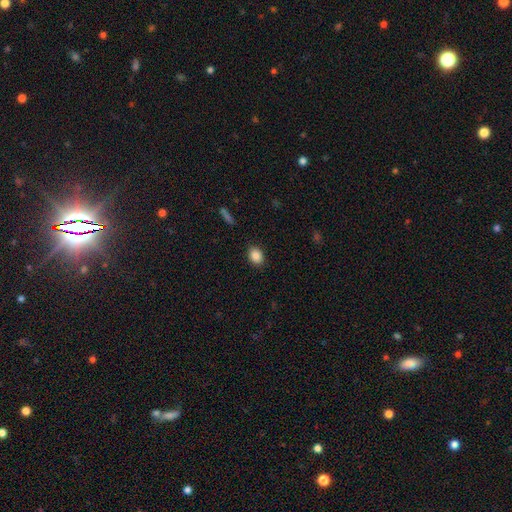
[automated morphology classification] This is clearly a smooth galaxy (87%). How rounded: likely in between (64%). Merging: clearly none (88%).